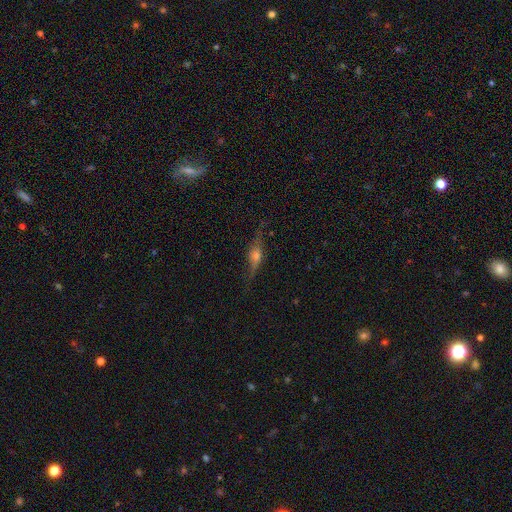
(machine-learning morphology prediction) smooth-or-featured: featured or disk: 72% | smooth: 19% | star or artifact: 9%
  disk-edge-on: yes: 87% | no: 13%
    edge-on-bulge: rounded: 90% | boxy: 7% | none: 3%
  merging: none: 75% | minor disturbance: 16% | major disturbance: 7% | merger: 2%